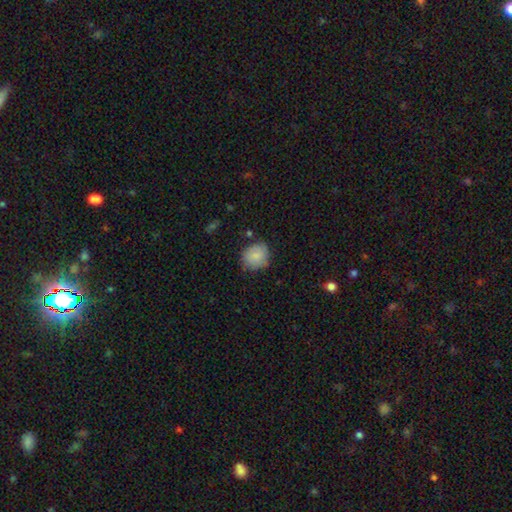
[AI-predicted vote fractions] smooth_or_featured: smooth (p=0.84) [alt: featured or disk p=0.09]
how_rounded: round (p=0.75) [alt: in between p=0.24]
merging: none (p=0.72) [alt: minor disturbance p=0.21]